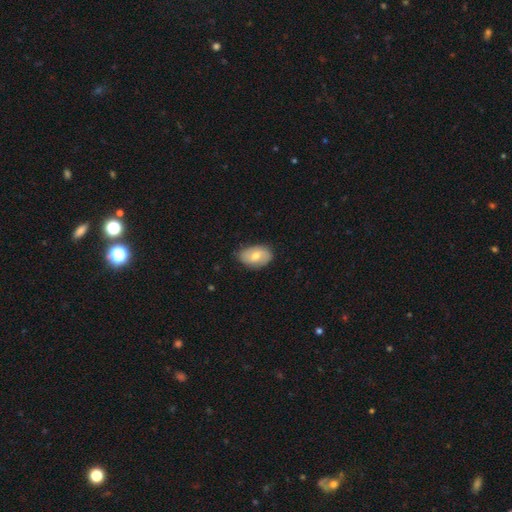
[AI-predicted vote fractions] This is likely a smooth galaxy (65%). How rounded: clearly in between (89%). Merging: likely none (75%).